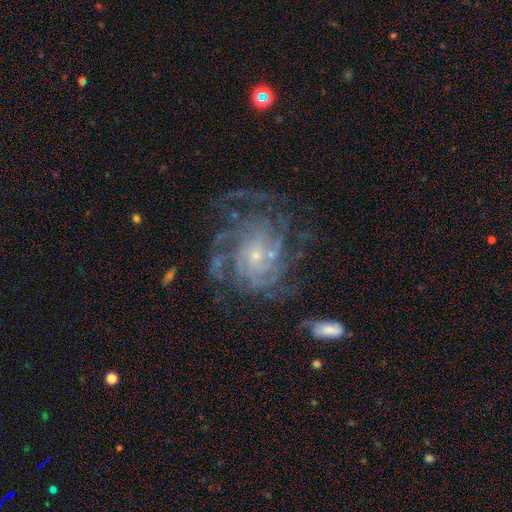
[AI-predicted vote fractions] Q: Smooth or featured?
A: featured or disk (87%); runner-up: star or artifact (7%)
Q: Edge-on disk?
A: no (97%); runner-up: yes (3%)
Q: Bar?
A: no (67%); runner-up: weak (27%)
Q: Spiral arms?
A: yes (96%); runner-up: no (4%)
Q: Spiral winding?
A: tight (63%); runner-up: medium (29%)
Q: Spiral arm count?
A: 4 (28%); runner-up: can't tell (26%)
Q: Bulge size?
A: small (76%); runner-up: moderate (17%)
Q: Merging?
A: none (64%); runner-up: minor disturbance (17%)